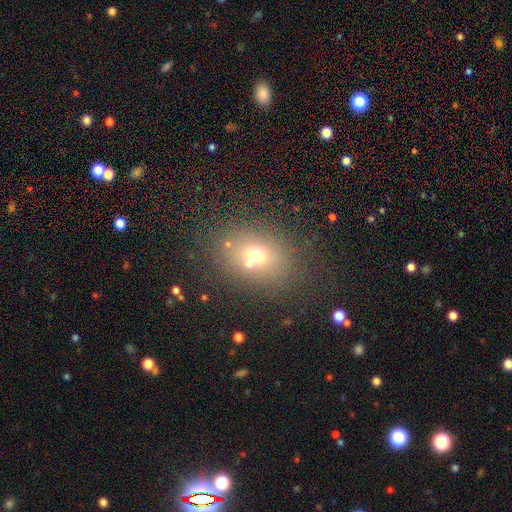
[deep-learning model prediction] Overall: smooth (61%). How rounded: in between (58%; round 40%). Merging: none (57%; merger 26%).